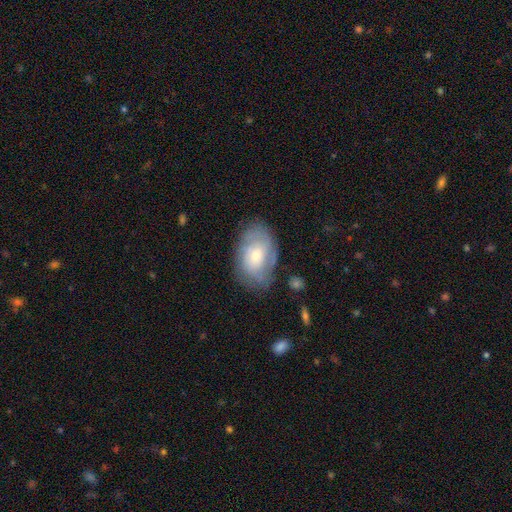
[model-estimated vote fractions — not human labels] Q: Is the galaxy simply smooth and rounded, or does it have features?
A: featured or disk — 49%.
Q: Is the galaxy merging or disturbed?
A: none — 70%.